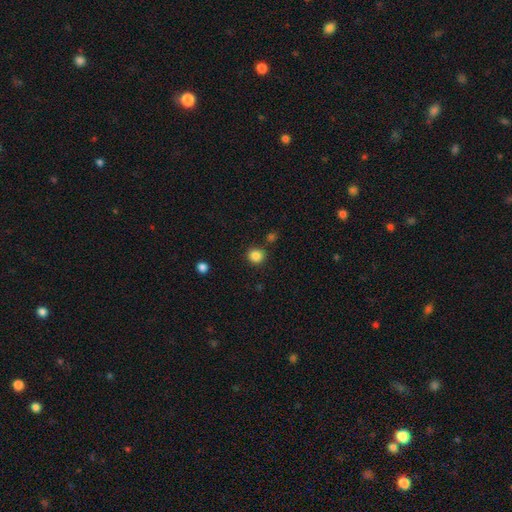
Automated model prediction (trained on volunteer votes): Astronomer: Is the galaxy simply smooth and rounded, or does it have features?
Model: smooth — 86%.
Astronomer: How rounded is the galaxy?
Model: round — 90%.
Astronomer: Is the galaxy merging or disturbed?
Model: none — 85%.